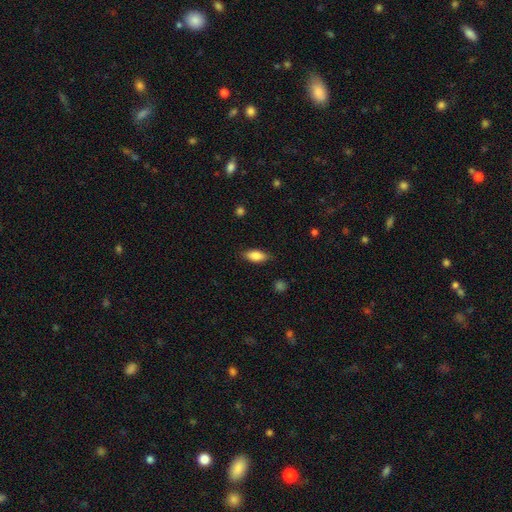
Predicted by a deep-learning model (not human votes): This is clearly a smooth galaxy (81%). How rounded: clearly in between (82%). Merging: clearly none (83%).